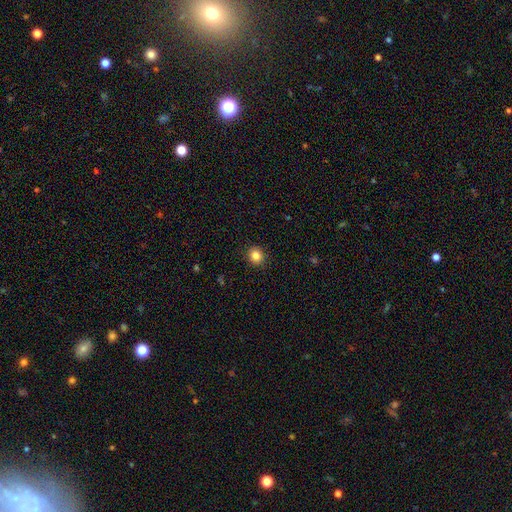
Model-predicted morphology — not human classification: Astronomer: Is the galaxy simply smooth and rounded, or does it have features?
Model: smooth — 83%.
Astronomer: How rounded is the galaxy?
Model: round — 89%.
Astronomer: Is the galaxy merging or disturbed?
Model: none — 92%.